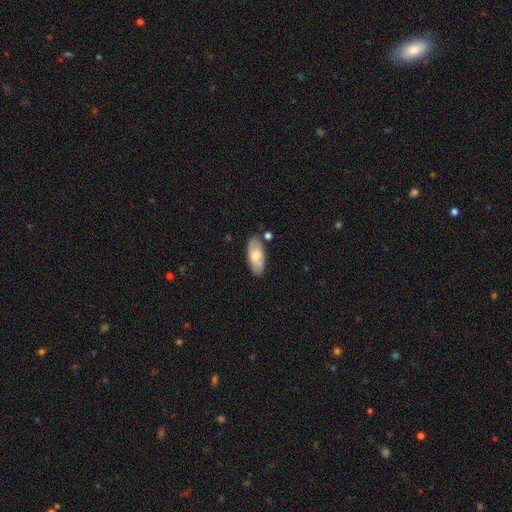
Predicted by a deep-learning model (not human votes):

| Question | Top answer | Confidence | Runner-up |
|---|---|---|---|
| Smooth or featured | smooth | 65% | featured or disk (29%) |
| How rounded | in between | 86% | cigar-shaped (11%) |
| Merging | none | 74% | minor disturbance (16%) |